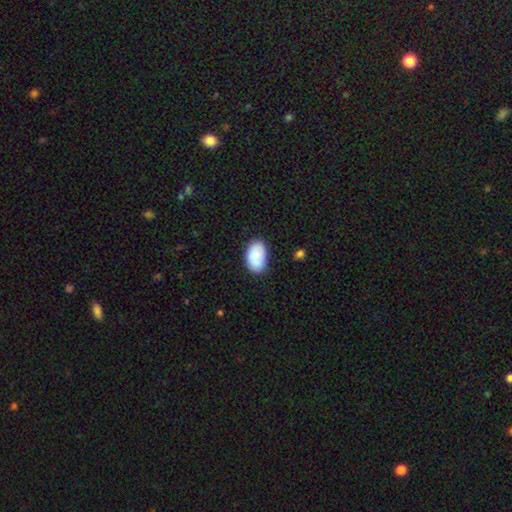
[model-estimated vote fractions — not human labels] Q: Smooth or featured?
A: smooth (85%); runner-up: featured or disk (8%)
Q: How rounded?
A: in between (91%); runner-up: round (8%)
Q: Merging?
A: none (77%); runner-up: minor disturbance (18%)